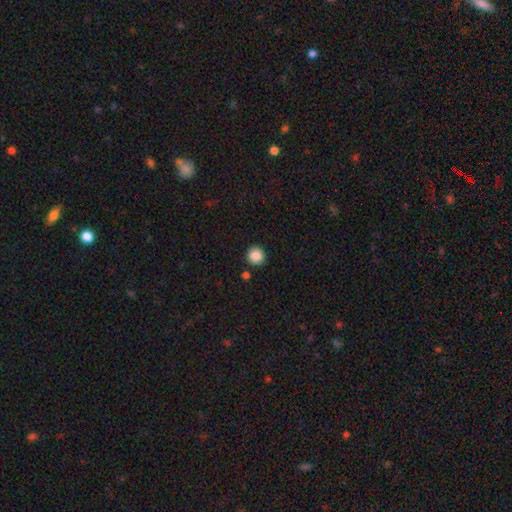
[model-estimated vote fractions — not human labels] The model was most divided on "smooth or featured": smooth: 87%, star or artifact: 9%, featured or disk: 3%. More confident: how rounded — round (93%); merging — none (88%).